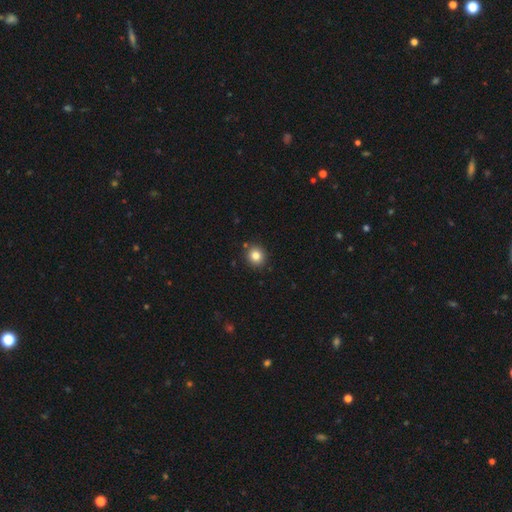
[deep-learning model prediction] Q: Smooth or featured?
A: smooth (82%); runner-up: star or artifact (11%)
Q: How rounded?
A: round (87%); runner-up: in between (12%)
Q: Merging?
A: none (88%); runner-up: minor disturbance (7%)